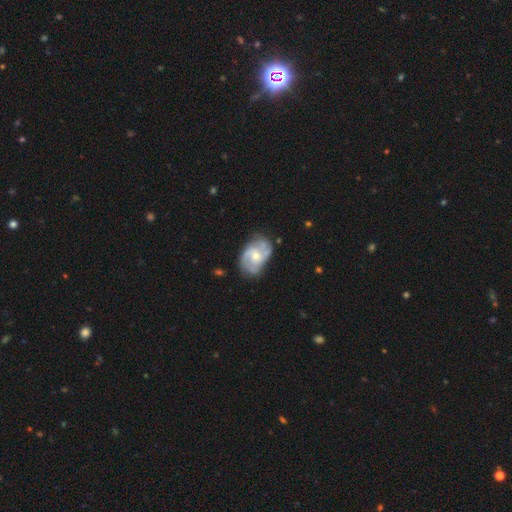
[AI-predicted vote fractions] The model was most divided on "bulge size": moderate: 54%, small: 41%, large: 2%, none: 1%, dominant: 1%. Remaining: edge-on disk — no (97%); spiral arms — yes (91%); smooth or featured — featured or disk (77%); merging — none (64%); bar — no (60%); spiral arm count — 2 (60%); spiral winding — medium (49%).